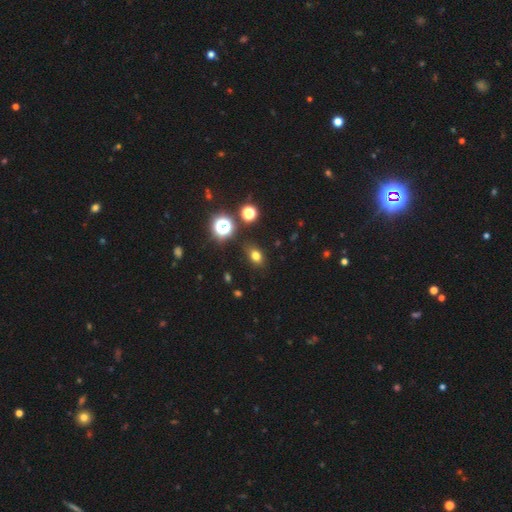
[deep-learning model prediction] Smooth or featured? Predicted: smooth (p=0.74). How rounded? Predicted: in between (p=0.65). Merging? Predicted: none (p=0.85).